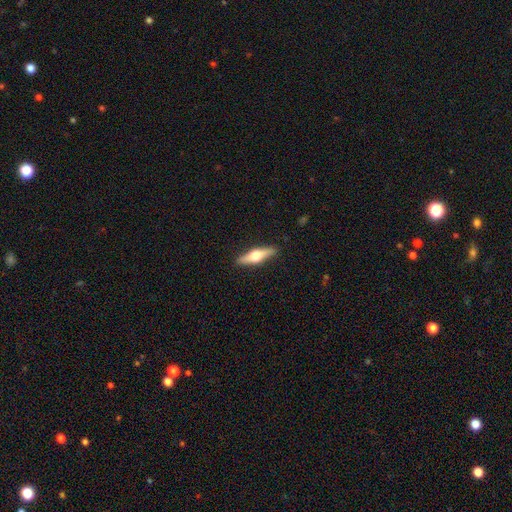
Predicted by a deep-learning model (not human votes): A featured or disk galaxy (58%) viewed edge-on (95%) with a rounded central bulge (93%).

Vote fractions:
- Smooth or featured? featured or disk: 58% / smooth: 36% / star or artifact: 6%
- Edge-on disk? yes: 95% / no: 5%
- Edge-on bulge? rounded: 93% / boxy: 5% / none: 2%
- Merging? none: 89% / minor disturbance: 8% / major disturbance: 2% / merger: 1%